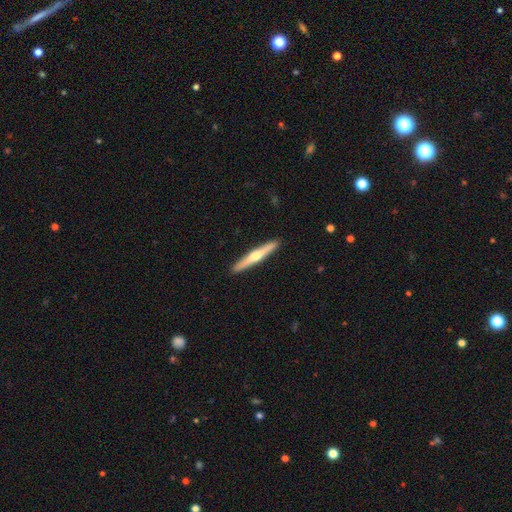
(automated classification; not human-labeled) smooth-or-featured: featured or disk: 61% | smooth: 35% | star or artifact: 5%
  disk-edge-on: yes: 97% | no: 3%
    edge-on-bulge: rounded: 90% | none: 7% | boxy: 3%
  merging: none: 92% | minor disturbance: 6% | major disturbance: 1% | merger: 1%